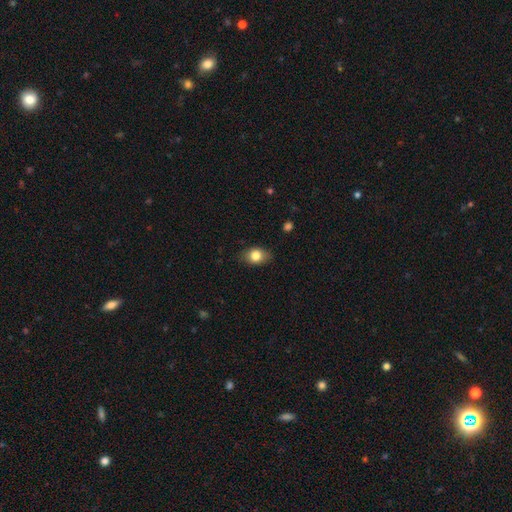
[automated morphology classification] type=smooth (80%); roundness=in between (68%); merging=none (81%).